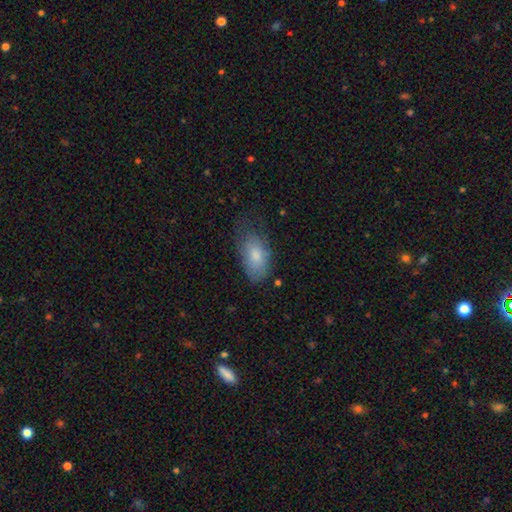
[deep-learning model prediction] This appears to be a smooth galaxy with no disk features (76%) that is in between round and cigar-shaped (92%). Merging: none (54%).